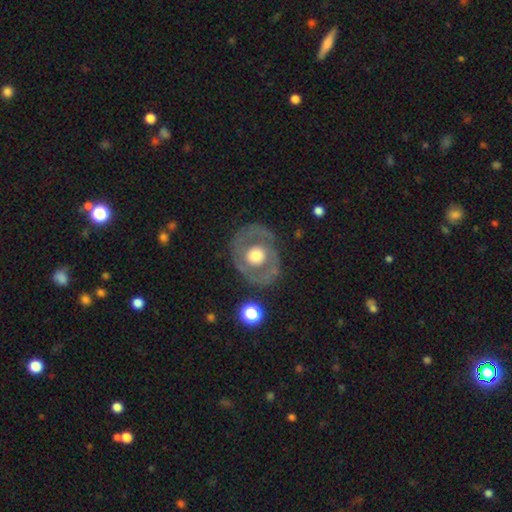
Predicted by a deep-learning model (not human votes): The model was most divided on "bulge size": large: 45%, moderate: 44%, dominant: 5%, small: 5%, none: 1%. More confident: edge-on disk — no (95%); bar — no (87%); merging — none (77%); spiral arms — no (75%); smooth or featured — featured or disk (58%).